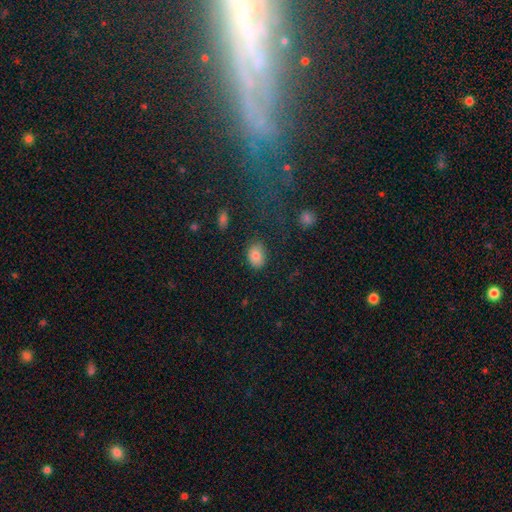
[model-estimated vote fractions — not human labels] Smooth or featured?
  - smooth: 84% *
  - star or artifact: 9%
  - featured or disk: 6%
How rounded?
  - in between: 79% *
  - round: 20%
  - cigar-shaped: 1%
Merging?
  - none: 81% *
  - minor disturbance: 14%
  - major disturbance: 4%
  - merger: 2%